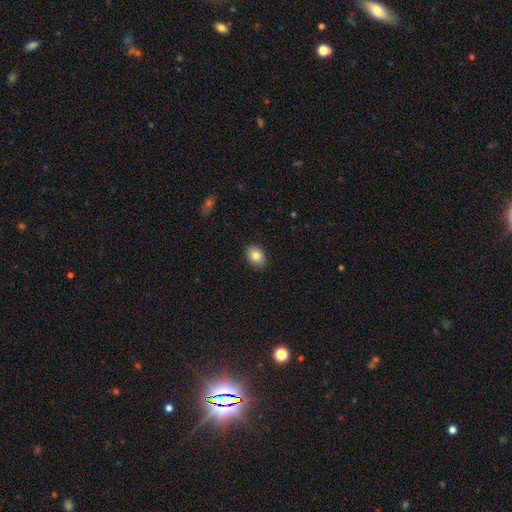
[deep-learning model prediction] A smooth galaxy with no disk features (84%) that is in between round and cigar-shaped (72%). Merging: none (88%).